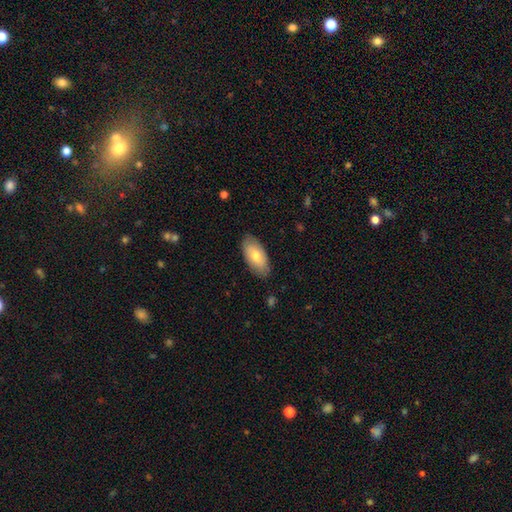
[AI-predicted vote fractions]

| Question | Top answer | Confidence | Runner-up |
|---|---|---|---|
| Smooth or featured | smooth | 73% | featured or disk (21%) |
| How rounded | in between | 94% | cigar-shaped (4%) |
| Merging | none | 84% | minor disturbance (13%) |